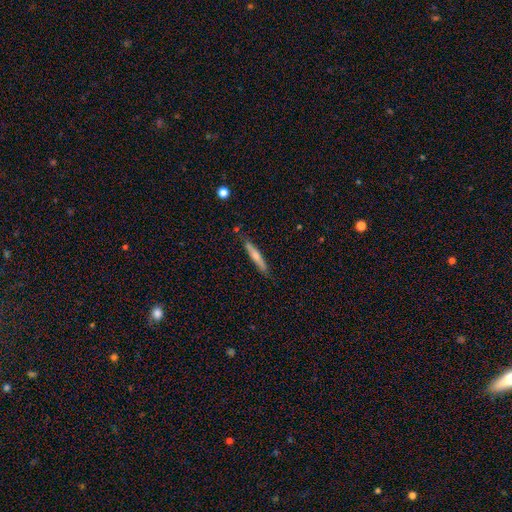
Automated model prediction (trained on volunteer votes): The model was most divided on "smooth or featured": smooth: 59%, featured or disk: 36%, star or artifact: 6%. More confident: how rounded — cigar-shaped (93%); merging — none (84%).